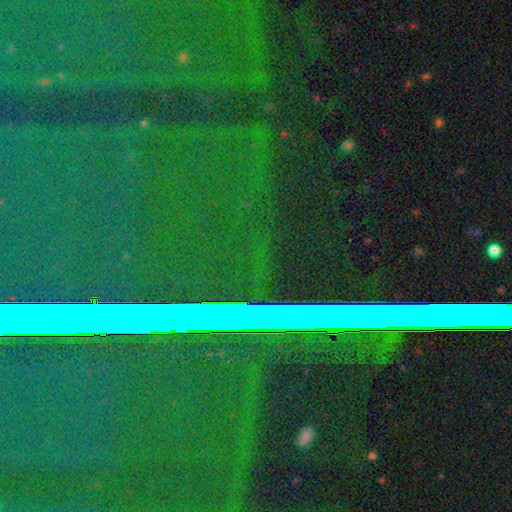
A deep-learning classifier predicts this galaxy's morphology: A star or artifact, not a galaxy (86%).

Vote fractions:
- Smooth or featured? star or artifact: 86% / featured or disk: 8% / smooth: 7%